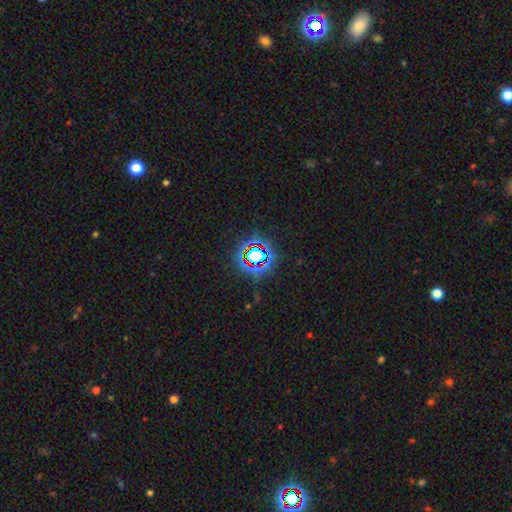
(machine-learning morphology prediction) Smooth or featured?
  - star or artifact: 71% *
  - smooth: 18%
  - featured or disk: 11%